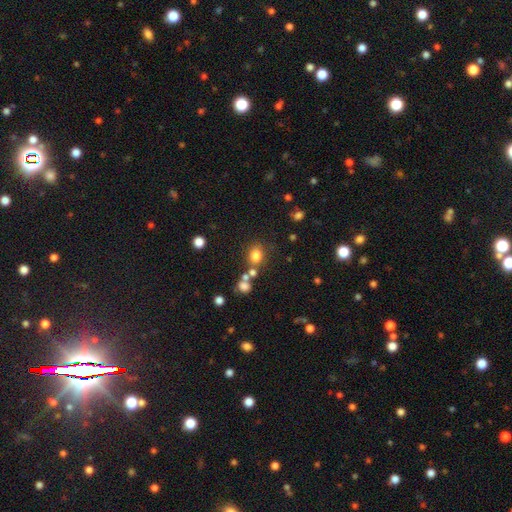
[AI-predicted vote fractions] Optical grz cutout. It shows a smooth galaxy with no disk features (78%) that is round (66%). Merging: none (68%).